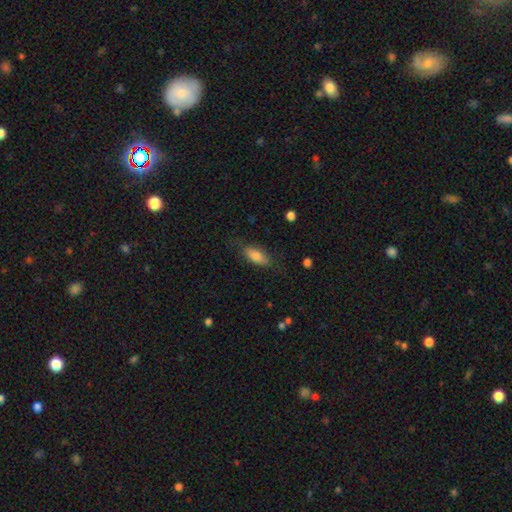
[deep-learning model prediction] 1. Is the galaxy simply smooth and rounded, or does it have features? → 83% smooth, 10% featured or disk, 7% star or artifact.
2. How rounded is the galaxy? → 83% in between, 14% cigar-shaped, 3% round.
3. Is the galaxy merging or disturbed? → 77% none, 16% minor disturbance, 6% major disturbance, 1% merger.